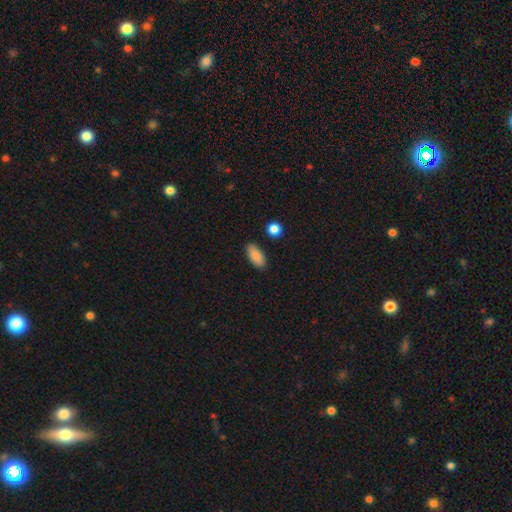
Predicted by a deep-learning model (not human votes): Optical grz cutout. It shows a smooth galaxy with no disk features (87%) that is in between round and cigar-shaped (90%). Merging: none (86%).